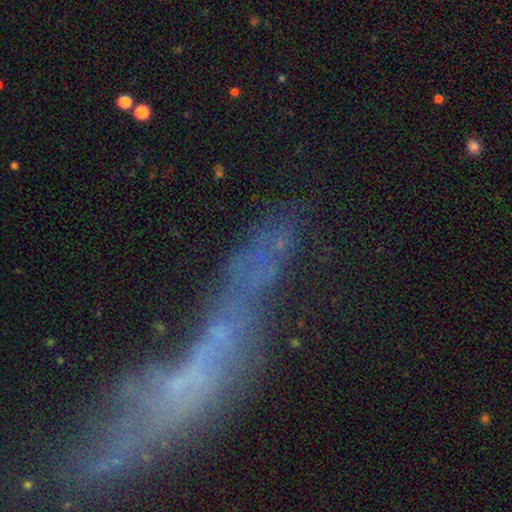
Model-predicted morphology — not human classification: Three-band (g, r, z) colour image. It shows a star or artifact, not a galaxy (40%).